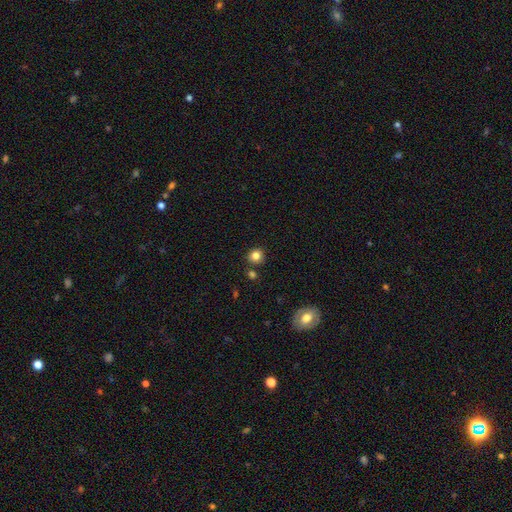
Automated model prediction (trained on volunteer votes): Q: Smooth or featured?
A: smooth (82%); runner-up: star or artifact (12%)
Q: How rounded?
A: round (90%); runner-up: in between (10%)
Q: Merging?
A: none (84%); runner-up: minor disturbance (8%)